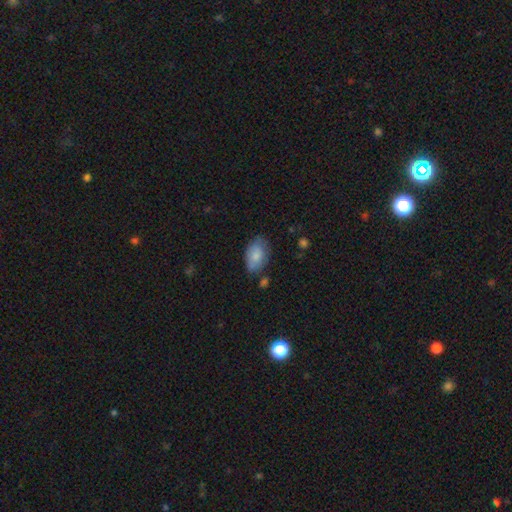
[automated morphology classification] Q: Smooth or featured?
A: smooth (80%); runner-up: featured or disk (13%)
Q: How rounded?
A: in between (91%); runner-up: round (7%)
Q: Merging?
A: none (65%); runner-up: minor disturbance (25%)